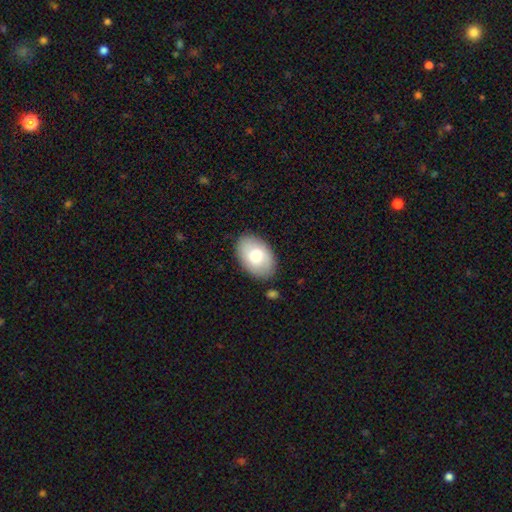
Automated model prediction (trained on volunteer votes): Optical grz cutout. It shows a smooth galaxy with no disk features (76%) that is in between round and cigar-shaped (90%). Merging: none (84%).